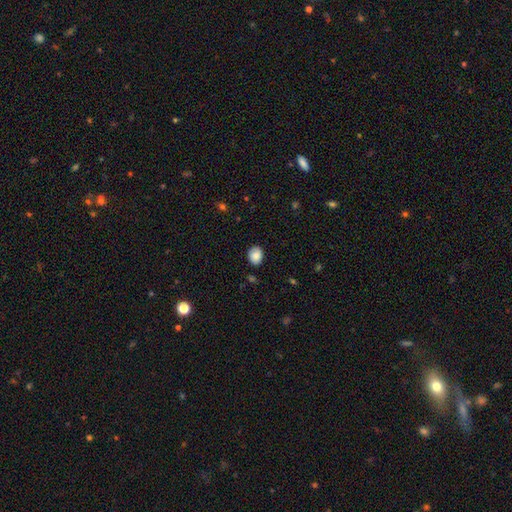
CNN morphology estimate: smooth 85%, star or artifact 8%, featured or disk 7%. Down the decision tree: how rounded — in between (54%); merging — none (84%).